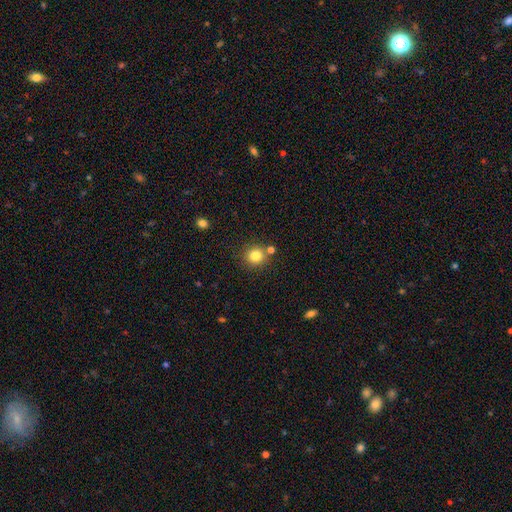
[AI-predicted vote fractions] smooth 83%, star or artifact 11%, featured or disk 6%. Down the decision tree: how rounded — round (90%); merging — none (78%).